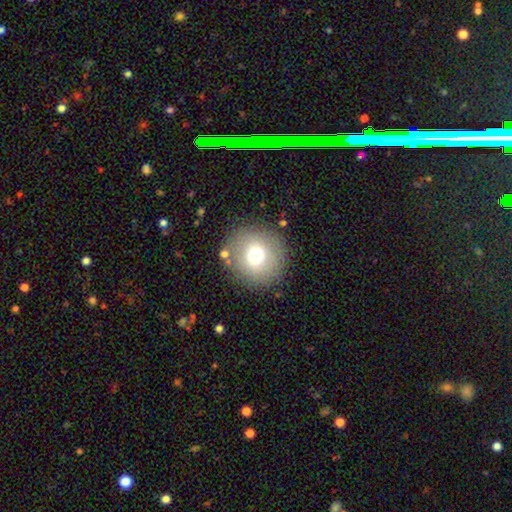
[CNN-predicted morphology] type=smooth (72%); roundness=round (94%); merging=none (86%).